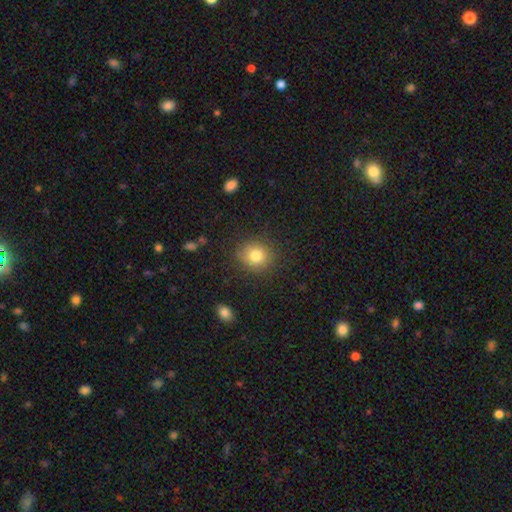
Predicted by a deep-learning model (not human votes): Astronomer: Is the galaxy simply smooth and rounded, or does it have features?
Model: smooth — 80%.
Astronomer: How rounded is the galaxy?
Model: round — 79%.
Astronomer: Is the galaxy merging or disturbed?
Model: none — 83%.